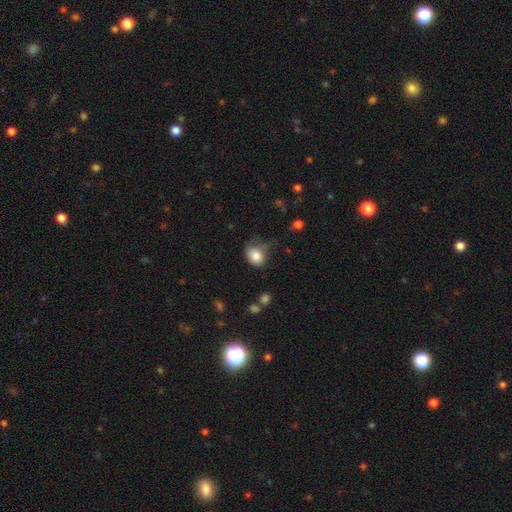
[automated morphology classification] A smooth galaxy with no disk features (83%) that is round (51%). Merging: none (47%).